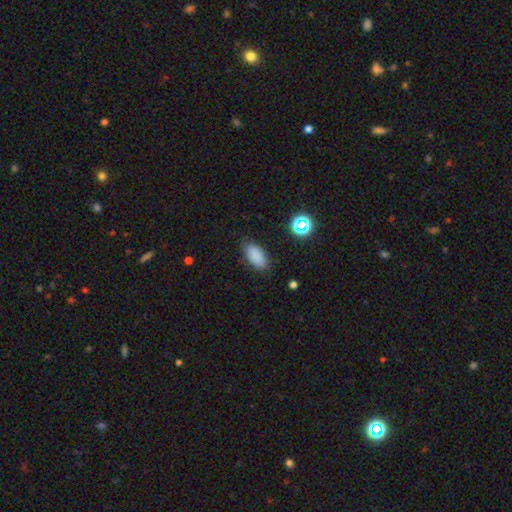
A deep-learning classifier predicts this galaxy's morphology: A smooth galaxy with no disk features (85%) that is in between round and cigar-shaped (92%).

Vote fractions:
- Smooth or featured? smooth: 85% / star or artifact: 10% / featured or disk: 5%
- How rounded? in between: 92% / cigar-shaped: 4% / round: 4%
- Merging? none: 83% / minor disturbance: 13% / major disturbance: 3% / merger: 1%